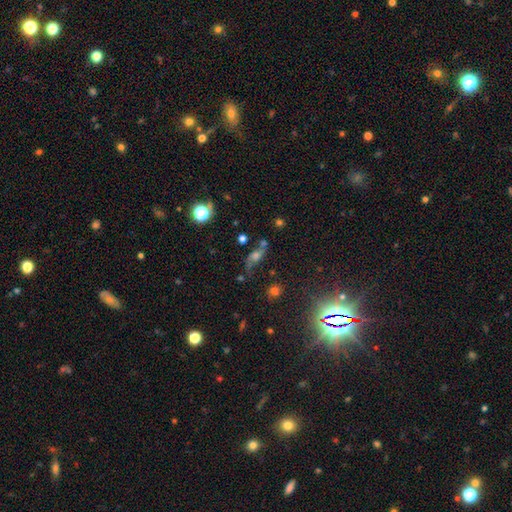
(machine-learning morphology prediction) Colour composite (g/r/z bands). It shows a featured or disk galaxy (47%). Merging: none (57%).